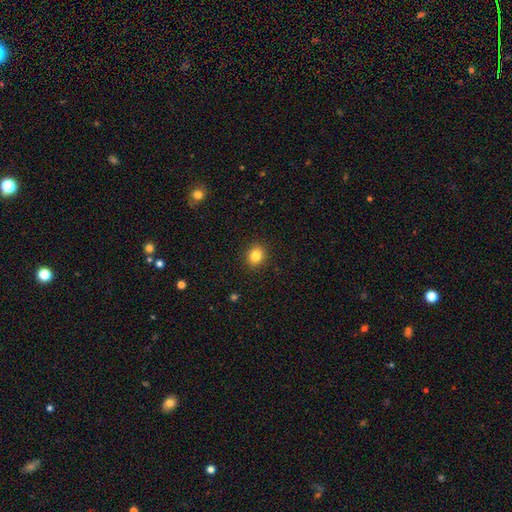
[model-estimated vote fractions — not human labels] smooth 84%, star or artifact 10%, featured or disk 6%. Down the decision tree: how rounded — round (69%); merging — none (91%).